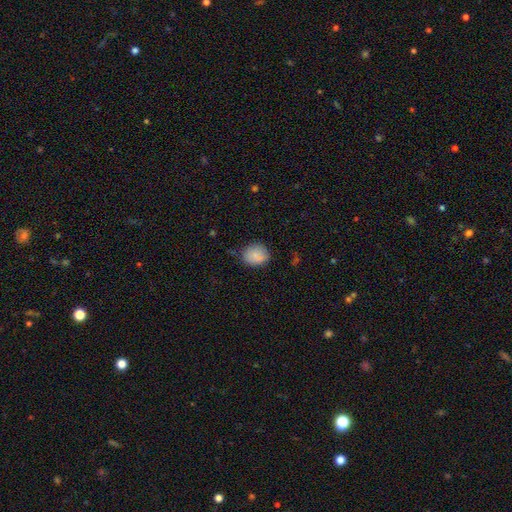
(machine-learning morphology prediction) Smooth or featured? smooth (85%)
How rounded? round (68%)
Merging? none (71%)